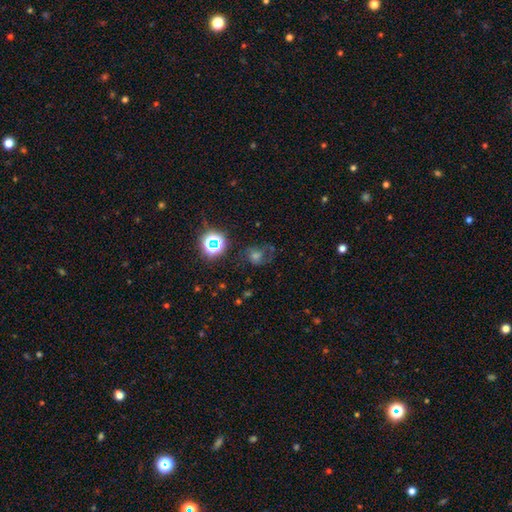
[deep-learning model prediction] This appears to be a star or artifact, not a galaxy (43%).